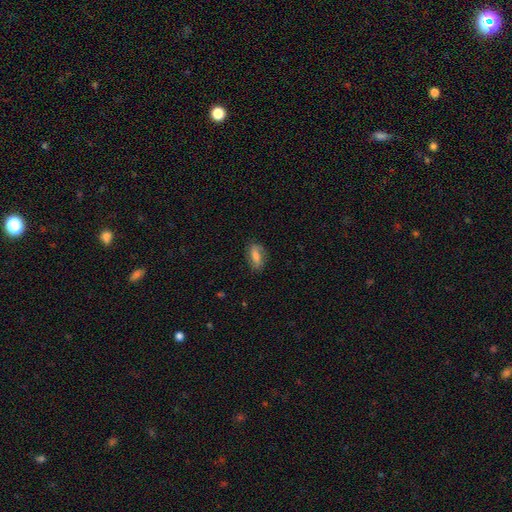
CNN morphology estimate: smooth_or_featured: smooth (p=0.58) [alt: featured or disk p=0.33]
how_rounded: in between (p=0.80) [alt: cigar-shaped p=0.14]
merging: none (p=0.76) [alt: minor disturbance p=0.18]